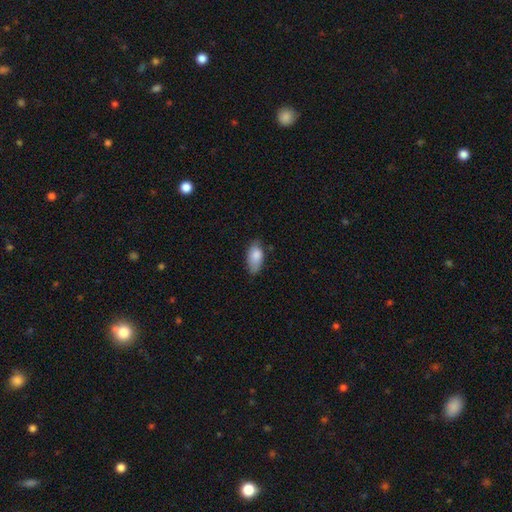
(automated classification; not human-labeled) smooth_or_featured: smooth (p=0.82) [alt: featured or disk p=0.11]
how_rounded: in between (p=0.91) [alt: cigar-shaped p=0.05]
merging: none (p=0.61) [alt: minor disturbance p=0.31]